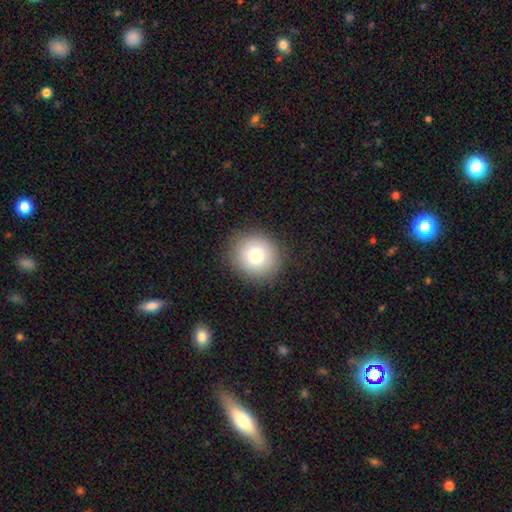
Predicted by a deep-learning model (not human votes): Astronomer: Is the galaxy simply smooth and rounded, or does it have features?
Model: smooth — 80%.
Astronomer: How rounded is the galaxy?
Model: round — 88%.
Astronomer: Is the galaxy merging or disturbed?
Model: none — 88%.